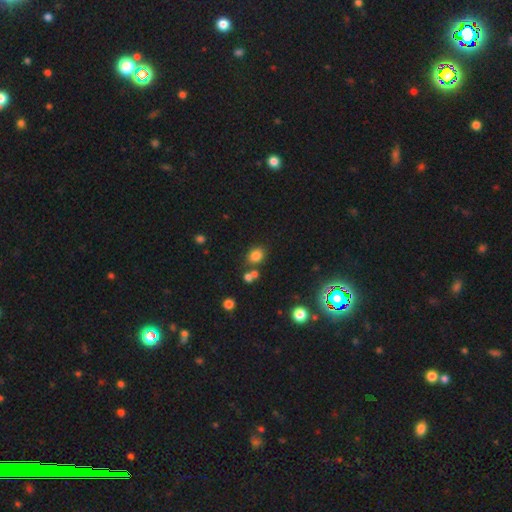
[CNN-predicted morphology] This is likely a smooth galaxy (78%). How rounded: possibly round (56%). Merging: likely none (69%).